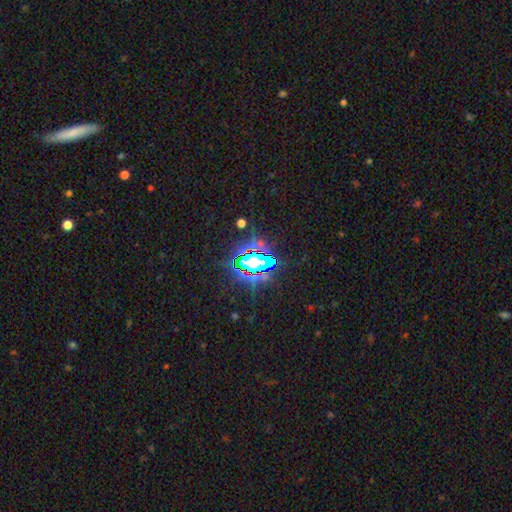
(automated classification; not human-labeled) Smooth or featured: star or artifact — 81% (smooth — 11%)